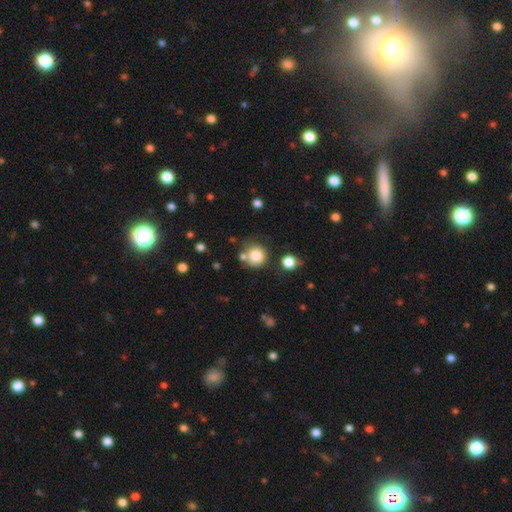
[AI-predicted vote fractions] This is clearly a smooth galaxy (82%). How rounded: clearly round (91%). Merging: likely none (69%).